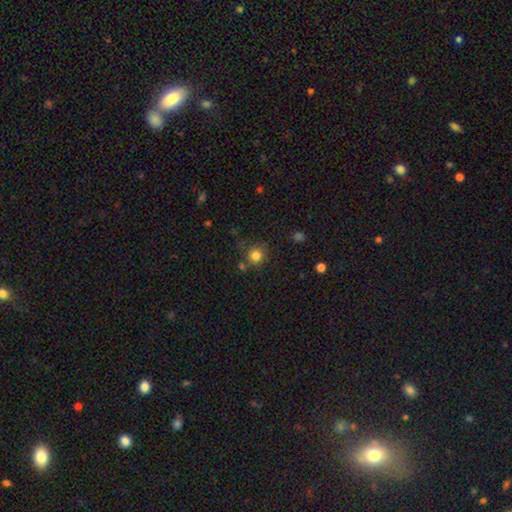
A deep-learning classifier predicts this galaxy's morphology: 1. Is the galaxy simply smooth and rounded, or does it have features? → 82% smooth, 13% star or artifact, 6% featured or disk.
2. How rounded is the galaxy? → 91% round, 8% in between, 1% cigar-shaped.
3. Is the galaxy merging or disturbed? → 75% none, 13% minor disturbance, 8% merger, 4% major disturbance.